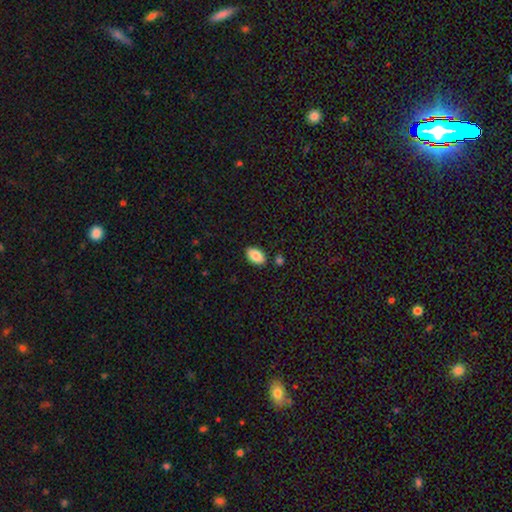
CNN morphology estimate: Smooth or featured? smooth (86%)
How rounded? in between (94%)
Merging? none (86%)